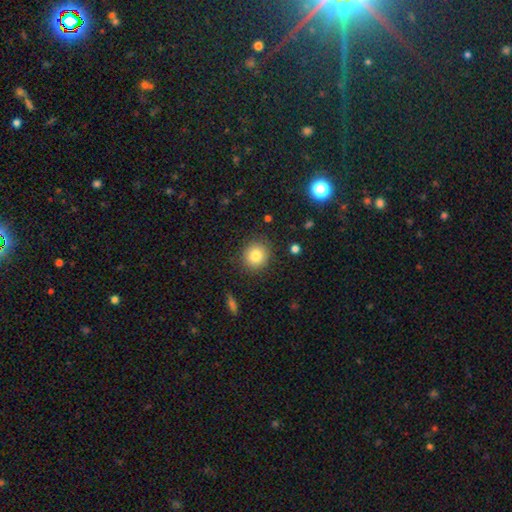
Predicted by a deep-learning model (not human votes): smooth 82%, star or artifact 10%, featured or disk 8%. Down the decision tree: how rounded — round (88%); merging — none (89%).